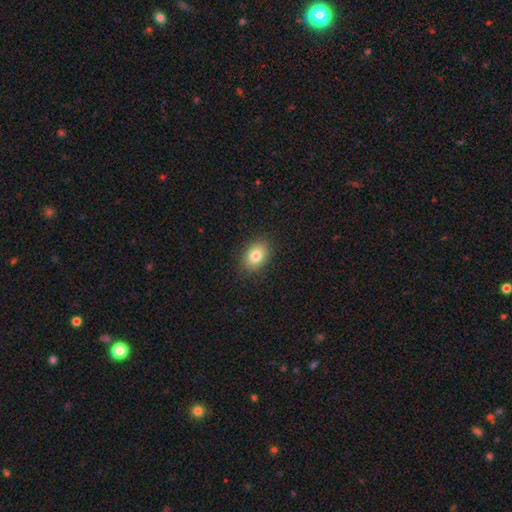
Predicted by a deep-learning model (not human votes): A smooth galaxy with no disk features (82%) that is in between round and cigar-shaped (78%). Merging: none (88%).